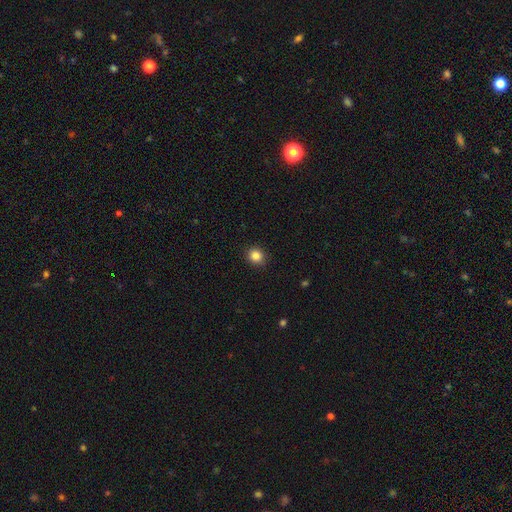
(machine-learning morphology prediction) This appears to be a smooth galaxy with no disk features (85%) that is round (83%). Merging: none (90%).